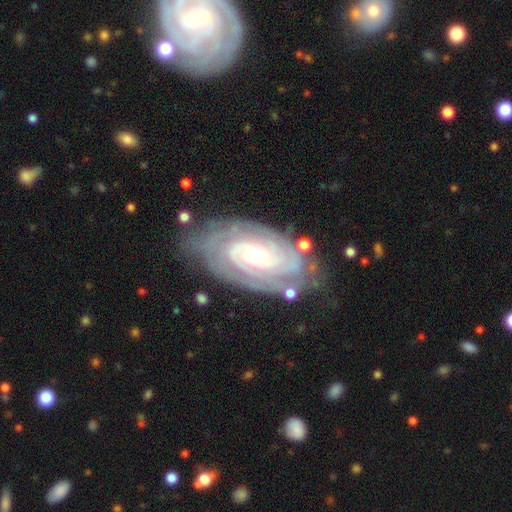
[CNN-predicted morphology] Q: Smooth or featured?
A: featured or disk (87%); runner-up: smooth (8%)
Q: Edge-on disk?
A: no (95%); runner-up: yes (5%)
Q: Bar?
A: no (69%); runner-up: weak (23%)
Q: Spiral arms?
A: yes (95%); runner-up: no (5%)
Q: Spiral winding?
A: tight (78%); runner-up: medium (18%)
Q: Spiral arm count?
A: can't tell (36%); runner-up: 2 (28%)
Q: Bulge size?
A: small (61%); runner-up: moderate (35%)
Q: Merging?
A: none (73%); runner-up: minor disturbance (19%)